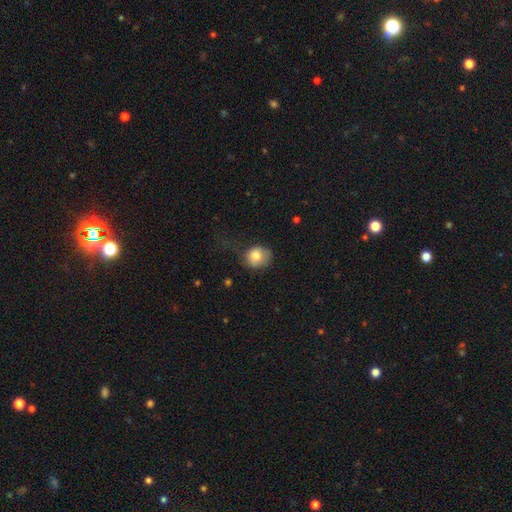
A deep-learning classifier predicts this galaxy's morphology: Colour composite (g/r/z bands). It shows a smooth galaxy with no disk features (79%) that is round (69%). Merging: none (47%).